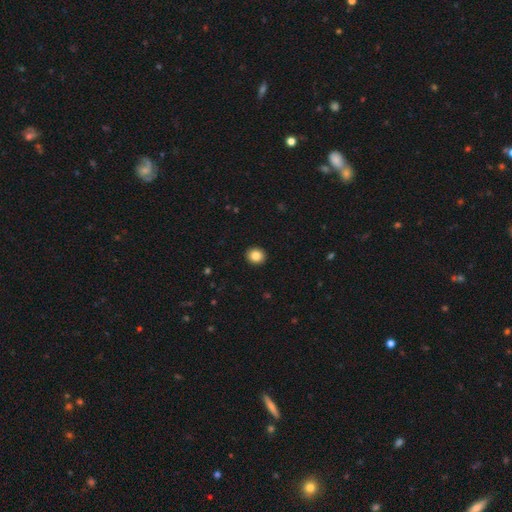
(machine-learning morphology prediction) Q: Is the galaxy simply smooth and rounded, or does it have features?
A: smooth — 85%.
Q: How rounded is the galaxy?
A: round — 78%.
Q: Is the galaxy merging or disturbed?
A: none — 93%.